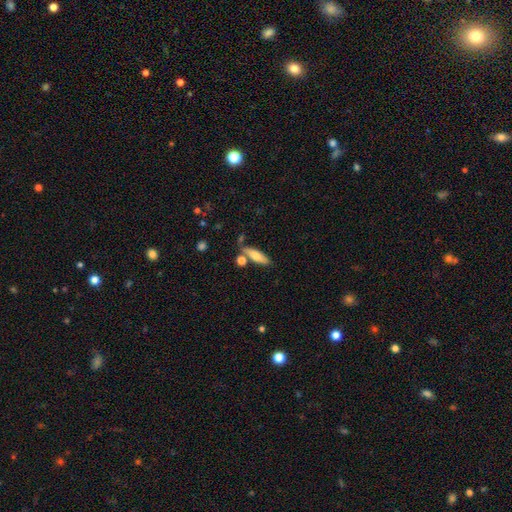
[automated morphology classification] This appears to be a smooth galaxy with no disk features (68%) that is cigar-shaped (54%). Merging: none (67%).